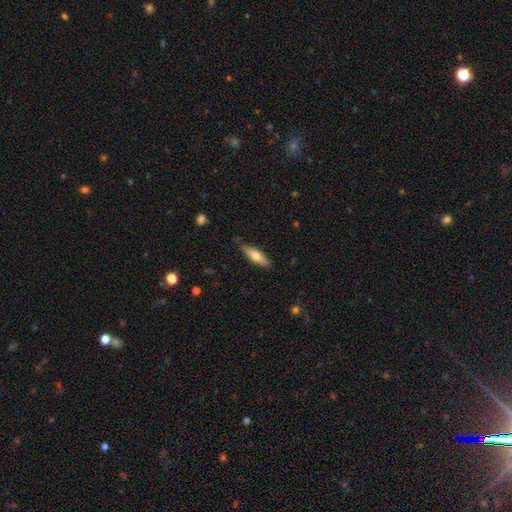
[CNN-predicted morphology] A smooth galaxy with no disk features (61%) that is cigar-shaped (61%). Merging: none (82%).